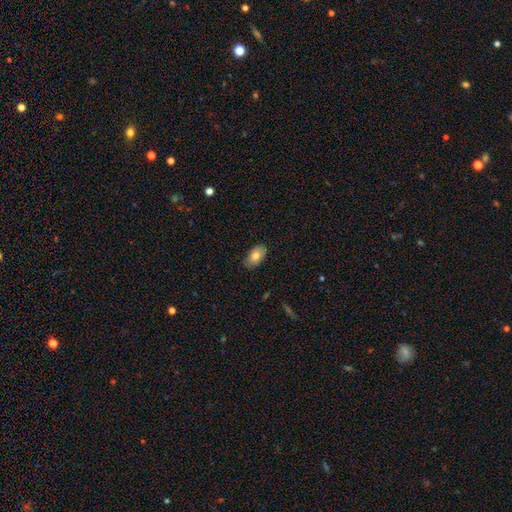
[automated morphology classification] This appears to be a smooth galaxy with no disk features (79%) that is in between round and cigar-shaped (93%). Merging: none (81%).